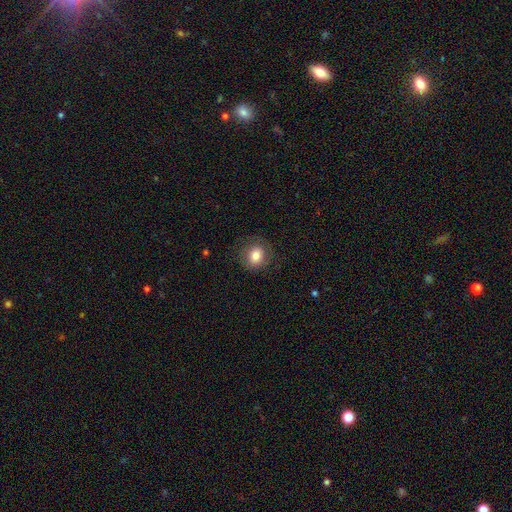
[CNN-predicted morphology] smooth-or-featured: smooth: 79% | featured or disk: 12% | star or artifact: 9%
  how-rounded: round: 73% | in between: 26% | cigar-shaped: 1%
  merging: none: 81% | minor disturbance: 13% | major disturbance: 5% | merger: 1%